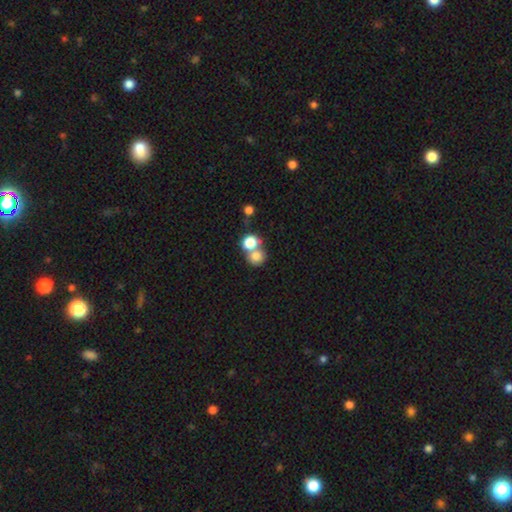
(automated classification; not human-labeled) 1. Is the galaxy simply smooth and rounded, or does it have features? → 78% smooth, 12% star or artifact, 10% featured or disk.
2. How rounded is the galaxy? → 79% round, 20% in between, 1% cigar-shaped.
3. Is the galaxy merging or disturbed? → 51% merger, 39% none, 7% minor disturbance, 4% major disturbance.